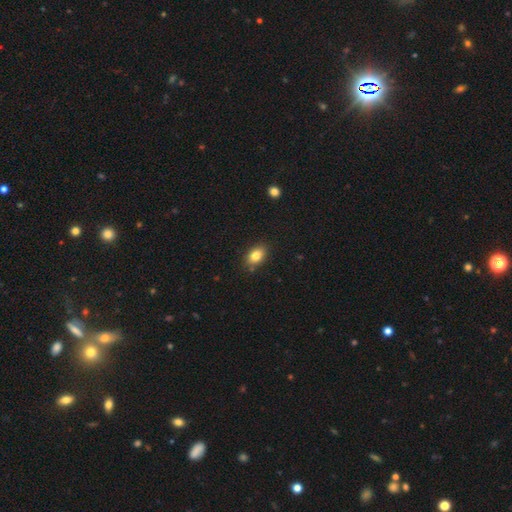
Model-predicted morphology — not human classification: Smooth or featured: smooth — 83% (star or artifact — 9%)
How rounded: in between — 83% (round — 16%)
Merging: none — 84% (minor disturbance — 12%)